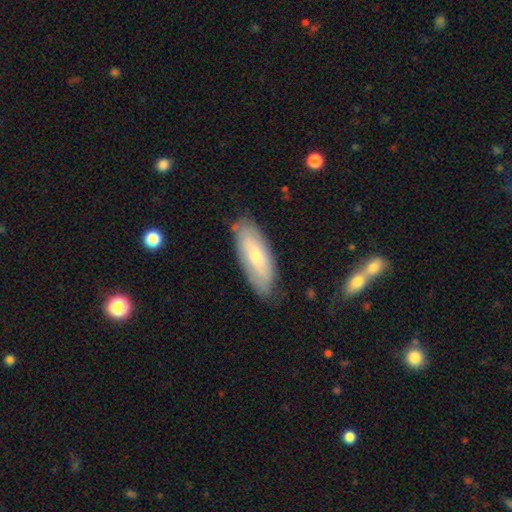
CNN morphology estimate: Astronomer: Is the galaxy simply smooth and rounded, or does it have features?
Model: smooth — 52% (runner-up: featured or disk, 42%).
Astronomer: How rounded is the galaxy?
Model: in between — 72%.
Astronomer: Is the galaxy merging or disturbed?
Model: none — 78%.